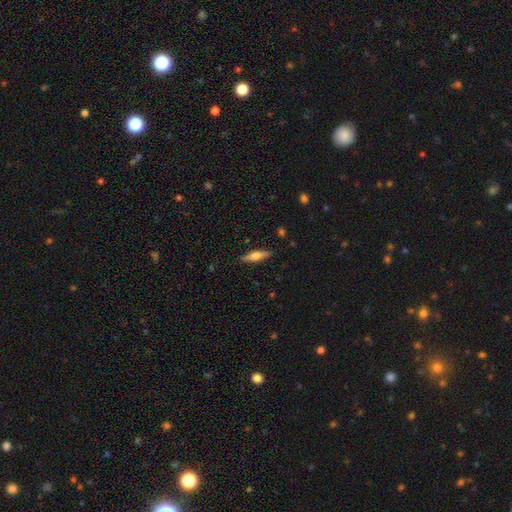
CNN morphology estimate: This appears to be a smooth galaxy with no disk features (50%). Merging: none (88%).